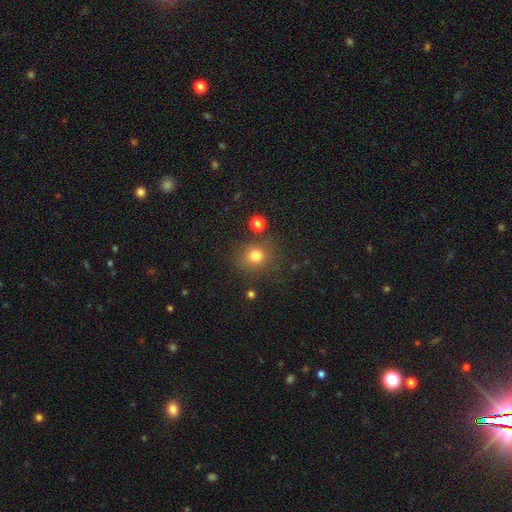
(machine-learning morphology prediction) type=smooth (78%); roundness=round (83%); merging=none (77%).